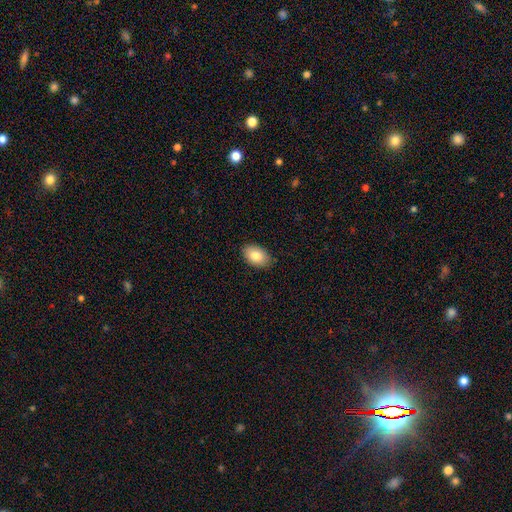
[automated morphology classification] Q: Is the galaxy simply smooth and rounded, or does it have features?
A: smooth — 84%.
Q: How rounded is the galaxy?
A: in between — 90%.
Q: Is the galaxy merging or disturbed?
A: none — 87%.